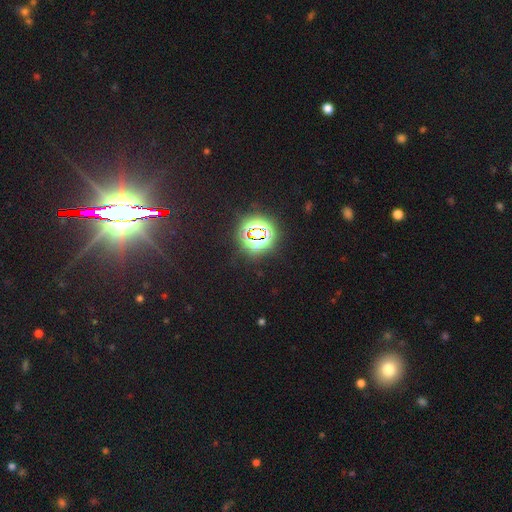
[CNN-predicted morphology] This is likely a star or artifact rather than a galaxy (79%).